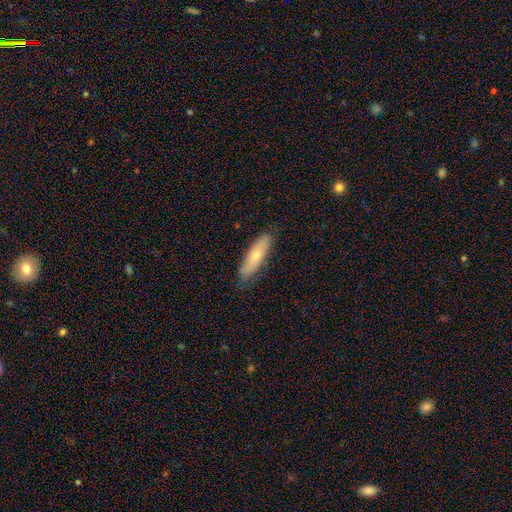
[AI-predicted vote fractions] Smooth or featured: smooth — 64% (featured or disk — 30%)
How rounded: cigar-shaped — 56% (in between — 42%)
Merging: none — 78% (minor disturbance — 18%)